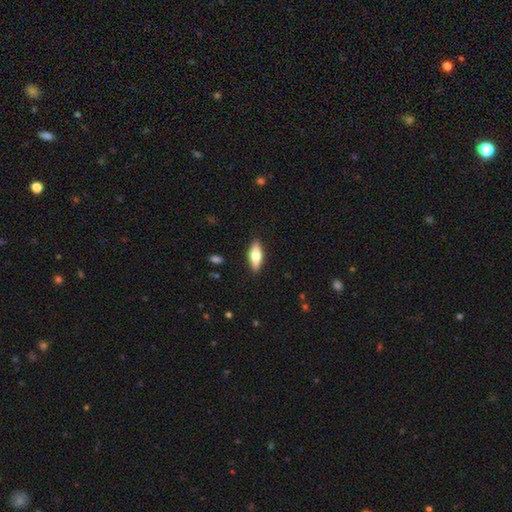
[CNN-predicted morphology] Smooth or featured?
  - smooth: 58% *
  - featured or disk: 36%
  - star or artifact: 6%
How rounded?
  - in between: 58% *
  - cigar-shaped: 39%
  - round: 3%
Merging?
  - none: 89% *
  - minor disturbance: 8%
  - major disturbance: 2%
  - merger: 1%